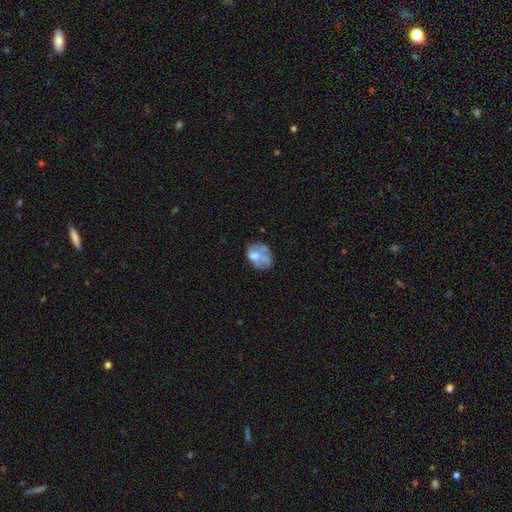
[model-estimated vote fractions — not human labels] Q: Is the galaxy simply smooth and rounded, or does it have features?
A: smooth — 53%.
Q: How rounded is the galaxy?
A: in between — 61%.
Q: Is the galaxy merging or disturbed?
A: none — 43%.